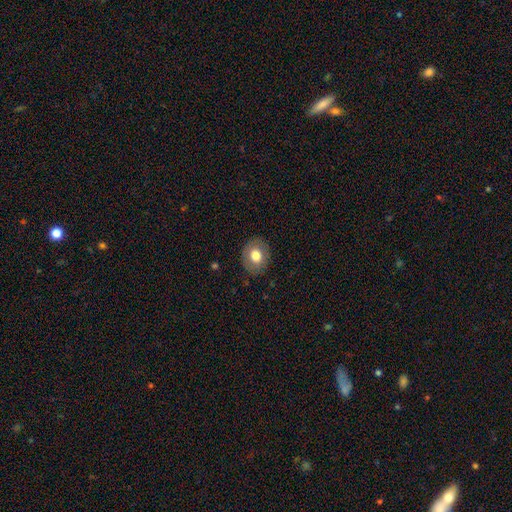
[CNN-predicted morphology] A smooth galaxy with no disk features (73%) that is round (52%).

Vote fractions:
- Smooth or featured? smooth: 73% / featured or disk: 19% / star or artifact: 8%
- How rounded? round: 52% / in between: 47% / cigar-shaped: 1%
- Merging? none: 86% / minor disturbance: 10% / major disturbance: 3% / merger: 1%